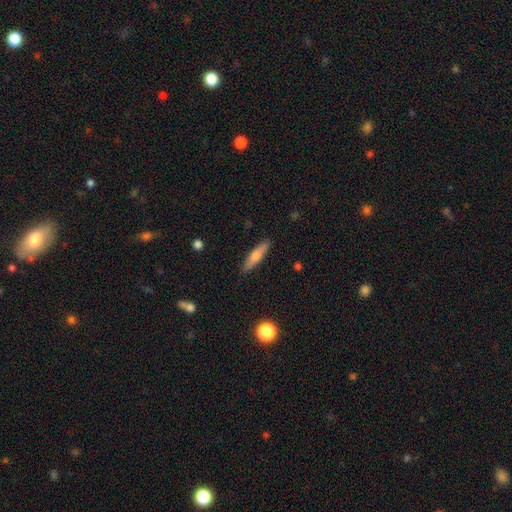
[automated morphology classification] This is possibly a smooth galaxy (56%). How rounded: clearly cigar-shaped (82%). Merging: clearly none (89%).